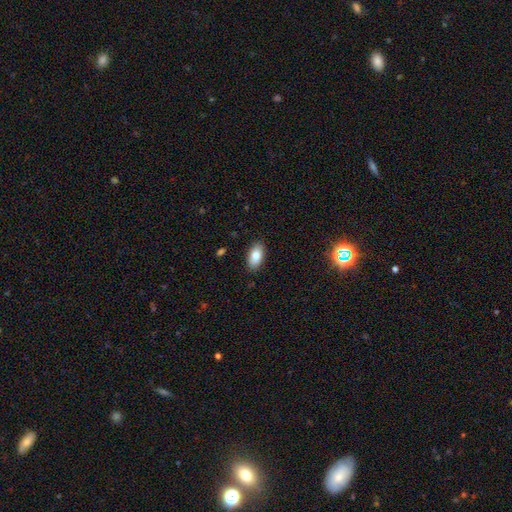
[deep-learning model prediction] smooth 83%, featured or disk 10%, star or artifact 7%. Down the decision tree: how rounded — in between (93%); merging — none (89%).